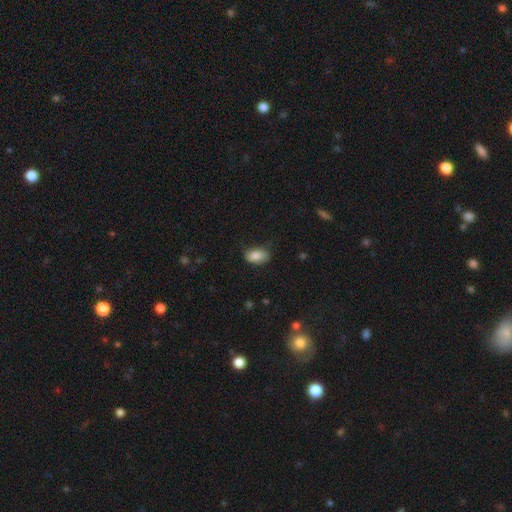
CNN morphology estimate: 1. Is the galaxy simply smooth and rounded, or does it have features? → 84% smooth, 9% featured or disk, 8% star or artifact.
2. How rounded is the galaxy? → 91% in between, 7% round, 2% cigar-shaped.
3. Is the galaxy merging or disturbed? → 68% none, 25% minor disturbance, 6% major disturbance, 1% merger.